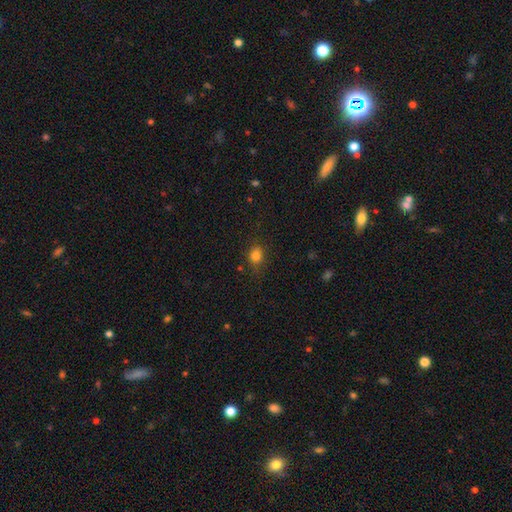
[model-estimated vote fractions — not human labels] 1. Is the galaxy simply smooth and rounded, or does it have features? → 80% smooth, 13% star or artifact, 7% featured or disk.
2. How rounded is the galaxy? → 55% round, 43% in between, 1% cigar-shaped.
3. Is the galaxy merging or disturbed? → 75% none, 18% minor disturbance, 5% major disturbance, 2% merger.